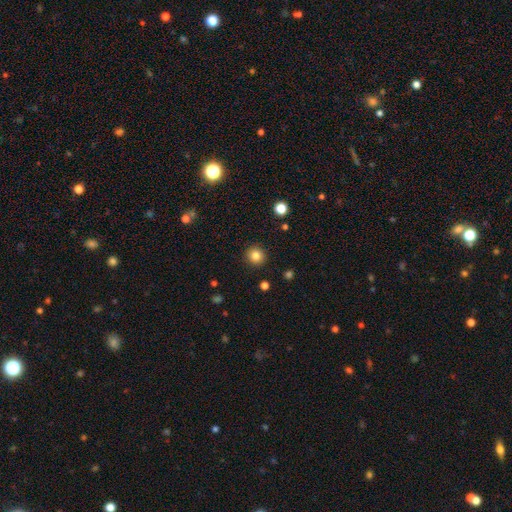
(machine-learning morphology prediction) Smooth or featured? Predicted: smooth (p=0.83). How rounded? Predicted: round (p=0.93). Merging? Predicted: none (p=0.92).